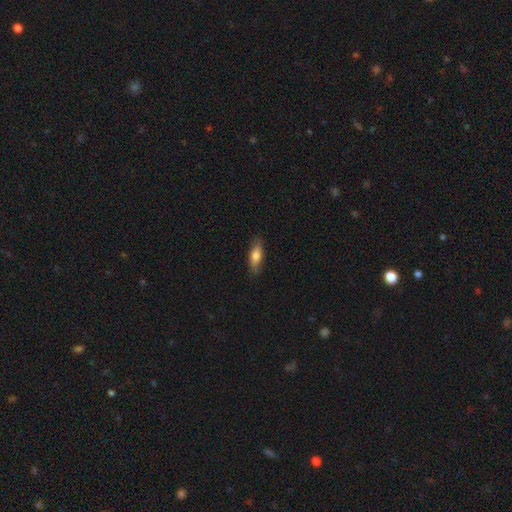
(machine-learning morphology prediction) smooth 73%, featured or disk 21%, star or artifact 6%. Down the decision tree: how rounded — in between (60%); merging — none (82%).